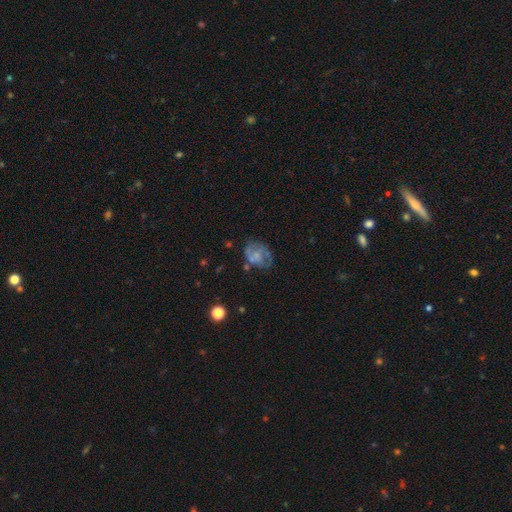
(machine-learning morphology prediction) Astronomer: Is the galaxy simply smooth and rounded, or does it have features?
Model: featured or disk — 58%.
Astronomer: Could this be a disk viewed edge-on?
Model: no — 98%.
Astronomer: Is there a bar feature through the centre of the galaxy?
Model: no — 76%.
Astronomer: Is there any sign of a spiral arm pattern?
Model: yes — 55% (runner-up: no, 45%).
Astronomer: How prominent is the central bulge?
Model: none — 56%.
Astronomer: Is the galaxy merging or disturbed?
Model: none — 51%.